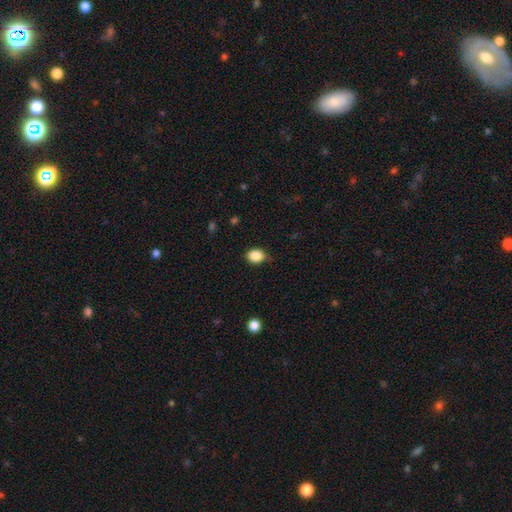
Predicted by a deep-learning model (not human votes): Smooth or featured? Predicted: smooth (p=0.87). How rounded? Predicted: in between (p=0.55). Merging? Predicted: none (p=0.75).